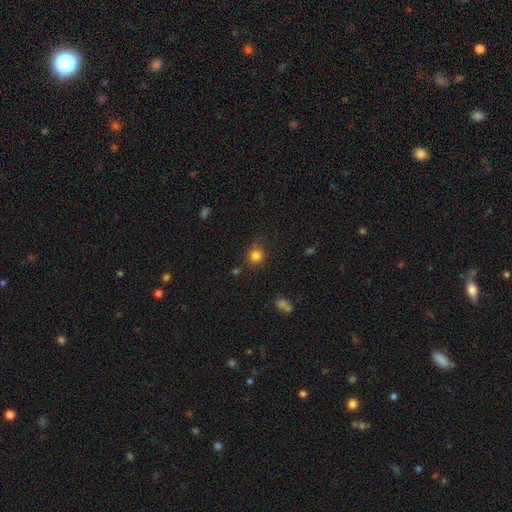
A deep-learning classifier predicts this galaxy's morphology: Smooth or featured? smooth (83%)
How rounded? round (85%)
Merging? none (72%)